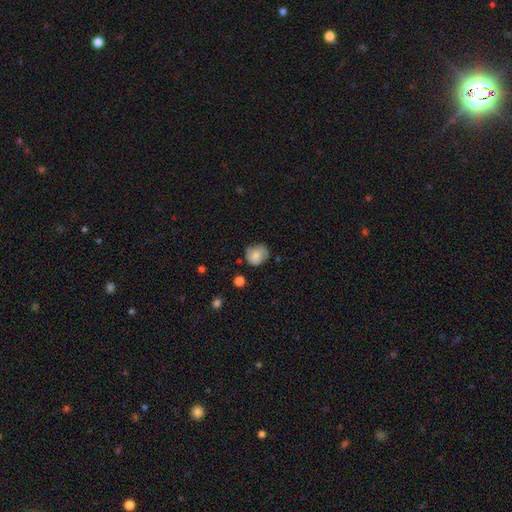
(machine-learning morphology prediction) Smooth or featured? smooth (71%)
How rounded? round (74%)
Merging? none (63%)